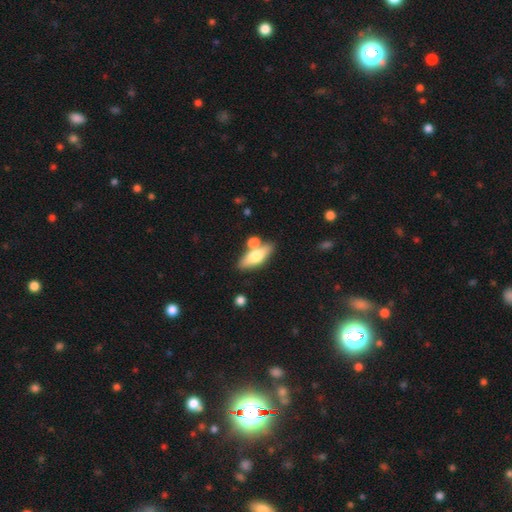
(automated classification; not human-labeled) smooth-or-featured: smooth: 60% | featured or disk: 34% | star or artifact: 7%
  how-rounded: in between: 63% | cigar-shaped: 33% | round: 4%
  merging: none: 65% | merger: 20% | minor disturbance: 12% | major disturbance: 4%